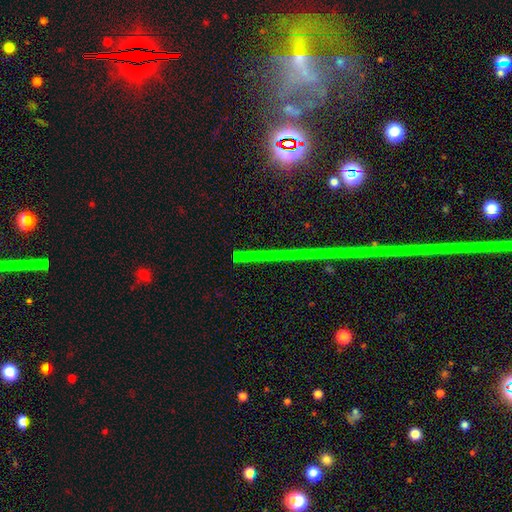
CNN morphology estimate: This appears to be a star or artifact, not a galaxy (77%).